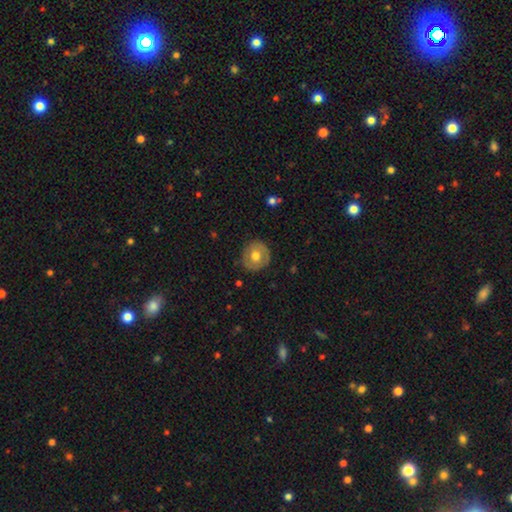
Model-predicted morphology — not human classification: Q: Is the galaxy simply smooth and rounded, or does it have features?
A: smooth — 58%.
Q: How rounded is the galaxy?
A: round — 88%.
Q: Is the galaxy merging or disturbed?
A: none — 83%.